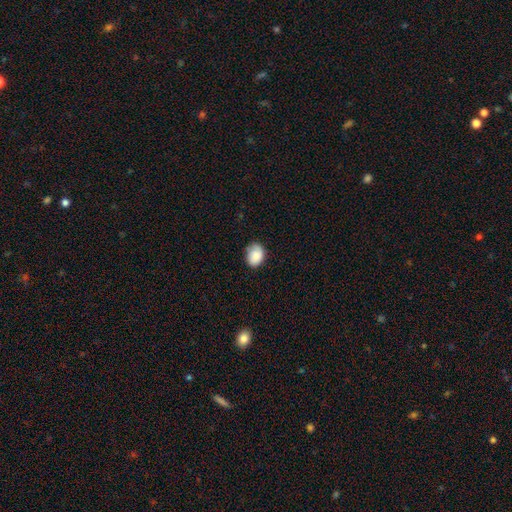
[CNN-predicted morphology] smooth-or-featured: smooth: 86% | star or artifact: 7% | featured or disk: 7%
  how-rounded: in between: 68% | round: 31% | cigar-shaped: 1%
  merging: none: 71% | minor disturbance: 23% | major disturbance: 4% | merger: 1%